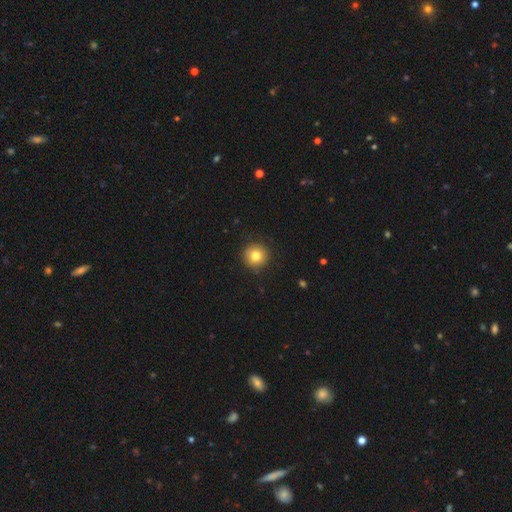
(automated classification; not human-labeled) This is clearly a smooth galaxy (80%). How rounded: clearly round (94%). Merging: clearly none (89%).